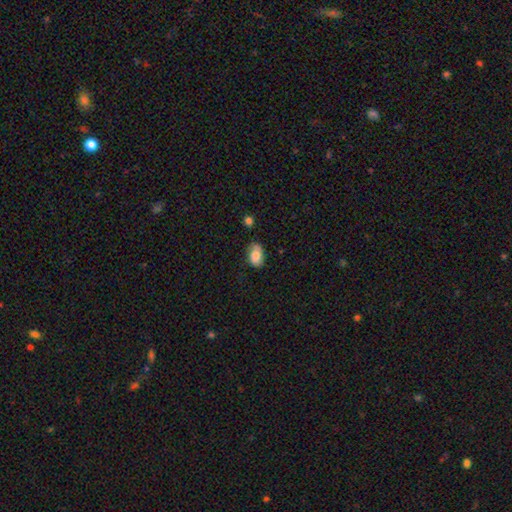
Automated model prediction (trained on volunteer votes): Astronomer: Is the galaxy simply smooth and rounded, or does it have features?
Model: smooth — 78%.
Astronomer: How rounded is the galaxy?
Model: in between — 88%.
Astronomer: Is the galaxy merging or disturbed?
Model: none — 67%.